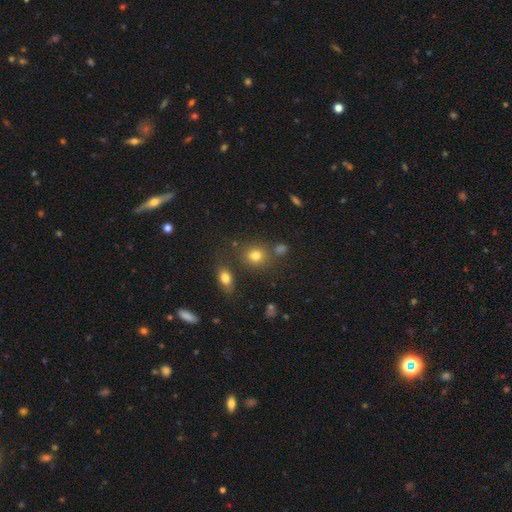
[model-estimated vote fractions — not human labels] The model was most divided on "how rounded": round: 72%, in between: 26%, cigar-shaped: 1%. More confident: smooth or featured — smooth (76%); merging — none (71%).